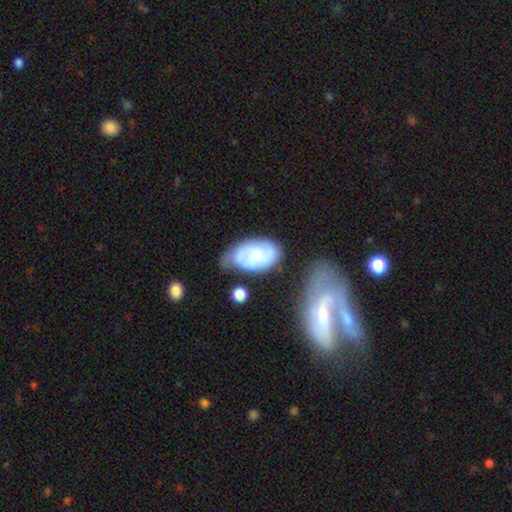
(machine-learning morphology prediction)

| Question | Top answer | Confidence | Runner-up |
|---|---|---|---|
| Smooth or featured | featured or disk | 55% | smooth (37%) |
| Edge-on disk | no | 96% | yes (4%) |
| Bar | no | 56% | weak (35%) |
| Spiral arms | yes | 81% | no (19%) |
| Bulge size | small | 37% | moderate (26%) |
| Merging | none | 50% | minor disturbance (28%) |